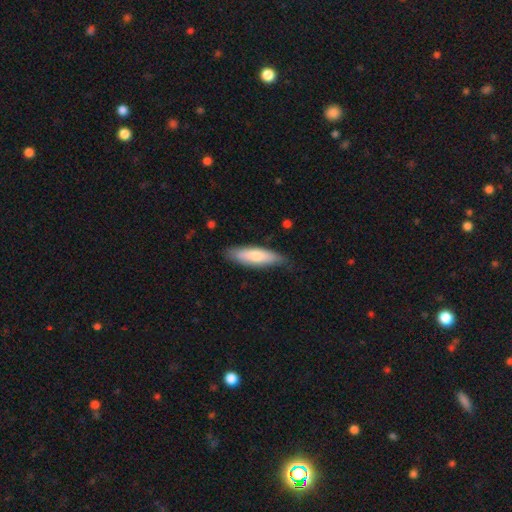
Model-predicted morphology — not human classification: smooth_or_featured: smooth (p=0.73) [alt: featured or disk p=0.22]
how_rounded: cigar-shaped (p=0.58) [alt: in between p=0.40]
merging: none (p=0.78) [alt: minor disturbance p=0.18]